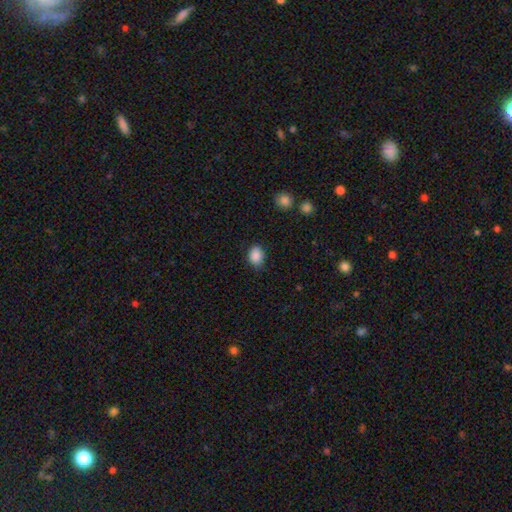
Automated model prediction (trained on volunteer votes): The model was most divided on "how rounded": in between: 68%, round: 31%, cigar-shaped: 1%. More confident: smooth or featured — smooth (88%); merging — none (83%).